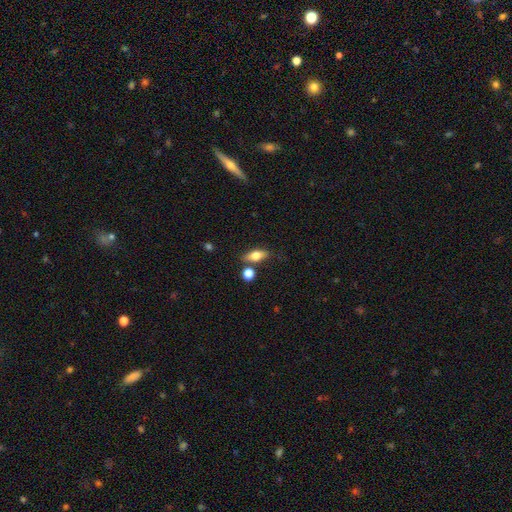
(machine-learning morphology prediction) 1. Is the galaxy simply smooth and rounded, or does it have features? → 65% smooth, 26% featured or disk, 8% star or artifact.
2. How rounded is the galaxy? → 71% in between, 21% cigar-shaped, 8% round.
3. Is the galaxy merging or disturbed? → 72% none, 14% minor disturbance, 10% merger, 4% major disturbance.